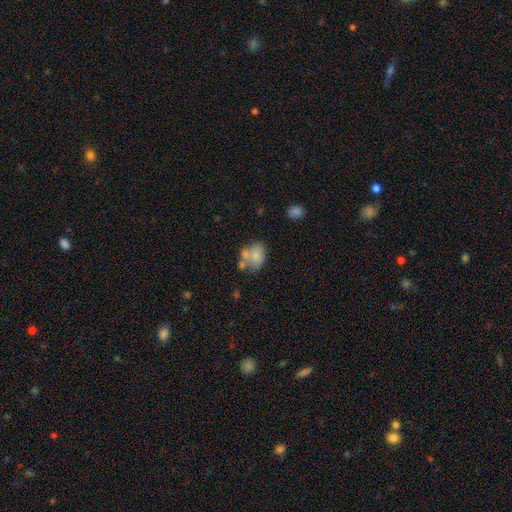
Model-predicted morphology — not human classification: Smooth or featured? Predicted: smooth (p=0.69). How rounded? Predicted: in between (p=0.69). Merging? Predicted: none (p=0.35).